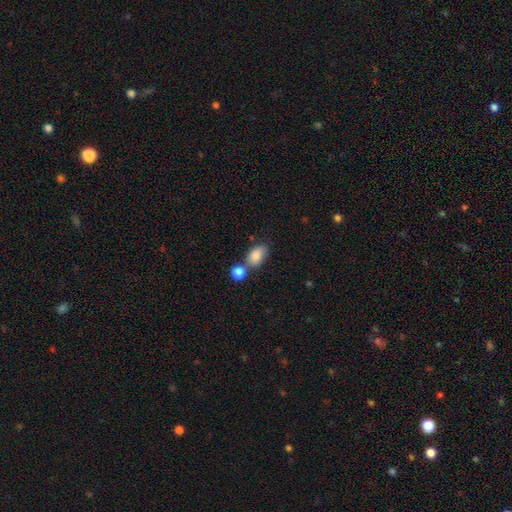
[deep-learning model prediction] smooth 85%, star or artifact 8%, featured or disk 7%. Down the decision tree: how rounded — in between (86%); merging — none (50%).